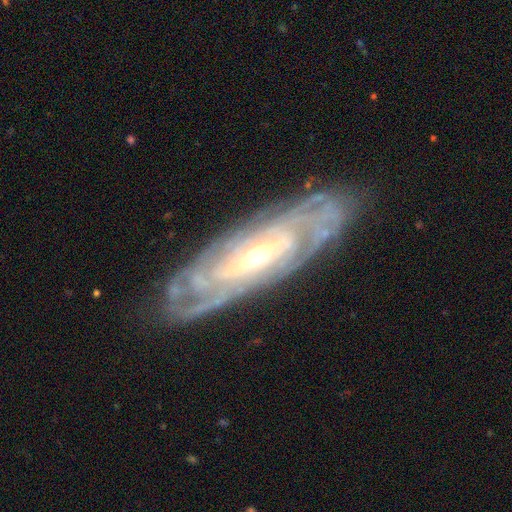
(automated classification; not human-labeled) smooth_or_featured: featured or disk (p=0.88) [alt: smooth p=0.07]
disk_edge_on: no (p=0.83) [alt: yes p=0.17]
bar: weak (p=0.37) [alt: no p=0.35]
has_spiral_arms: yes (p=0.95) [alt: no p=0.05]
spiral_winding: tight (p=0.79) [alt: medium p=0.17]
spiral_arm_count: can't tell (p=0.44) [alt: 2 p=0.14]
bulge_size: moderate (p=0.48) [alt: small p=0.47]
merging: none (p=0.83) [alt: minor disturbance p=0.13]